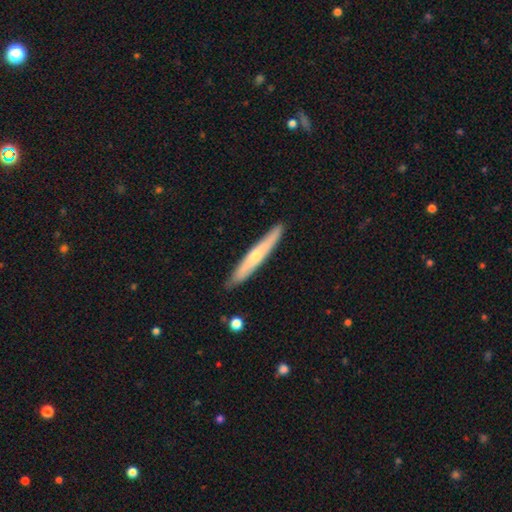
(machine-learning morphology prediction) A featured or disk galaxy (48%).

Vote fractions:
- Smooth or featured? featured or disk: 48% / smooth: 46% / star or artifact: 6%
- Merging? none: 89% / minor disturbance: 9% / major disturbance: 1% / merger: 1%